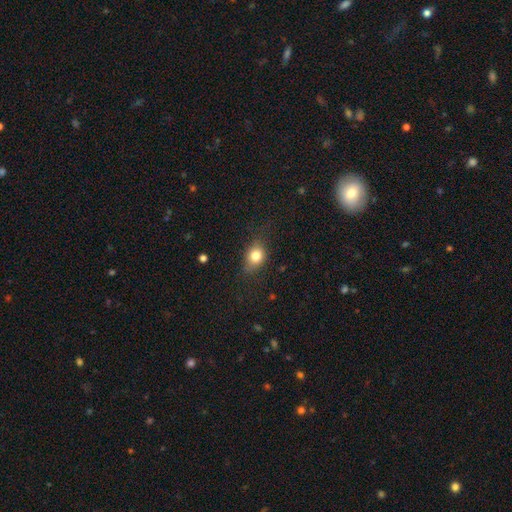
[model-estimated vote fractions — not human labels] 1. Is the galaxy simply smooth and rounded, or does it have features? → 78% smooth, 12% featured or disk, 10% star or artifact.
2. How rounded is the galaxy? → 58% in between, 40% round, 2% cigar-shaped.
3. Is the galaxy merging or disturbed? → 67% none, 24% minor disturbance, 8% major disturbance, 1% merger.